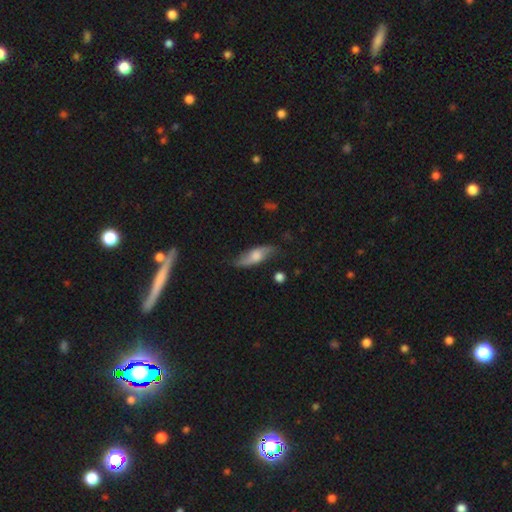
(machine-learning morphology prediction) The model was most divided on "smooth or featured": smooth: 47%, featured or disk: 46%, star or artifact: 7%. More confident: merging — none (70%).